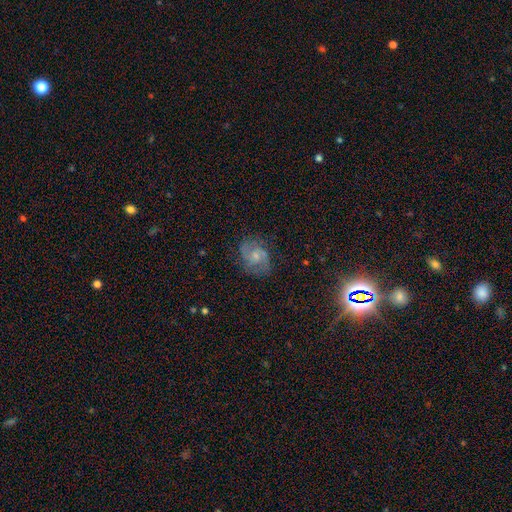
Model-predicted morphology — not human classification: smooth-or-featured: featured or disk: 71% | smooth: 21% | star or artifact: 9%
  disk-edge-on: no: 97% | yes: 3%
    bar: no: 53% | weak: 41% | strong: 6%
    has-spiral-arms: yes: 92% | no: 8%
      spiral-winding: medium: 53% | tight: 24% | loose: 23%
      spiral-arm-count: 2: 83% | can't tell: 9% | 3: 4% | 1: 2% | 4: 1% | more than 4: 1%
    bulge-size: small: 46% | moderate: 36% | none: 14% | large: 3% | dominant: 1%
  merging: none: 74% | minor disturbance: 17% | major disturbance: 8% | merger: 1%